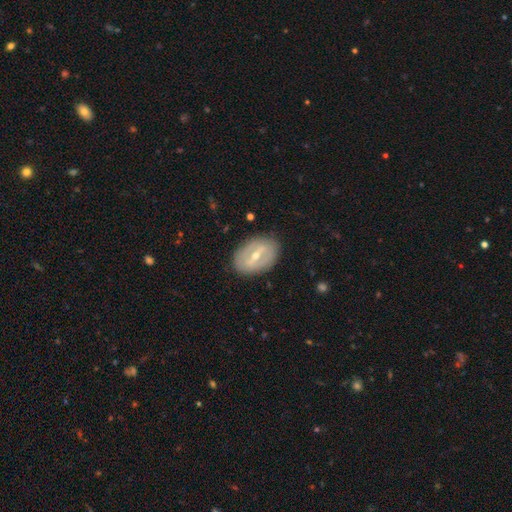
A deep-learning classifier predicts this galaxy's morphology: Q: Smooth or featured?
A: featured or disk (66%); runner-up: smooth (28%)
Q: Edge-on disk?
A: no (90%); runner-up: yes (10%)
Q: Bar?
A: strong (54%); runner-up: weak (34%)
Q: Spiral arms?
A: no (72%); runner-up: yes (28%)
Q: Bulge size?
A: moderate (49%); runner-up: small (47%)
Q: Merging?
A: none (85%); runner-up: minor disturbance (11%)